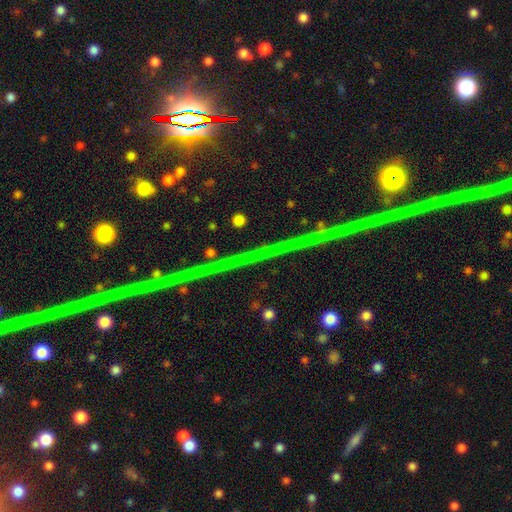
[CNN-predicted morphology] A star or artifact, not a galaxy (69%).

Vote fractions:
- Smooth or featured? star or artifact: 69% / featured or disk: 17% / smooth: 14%